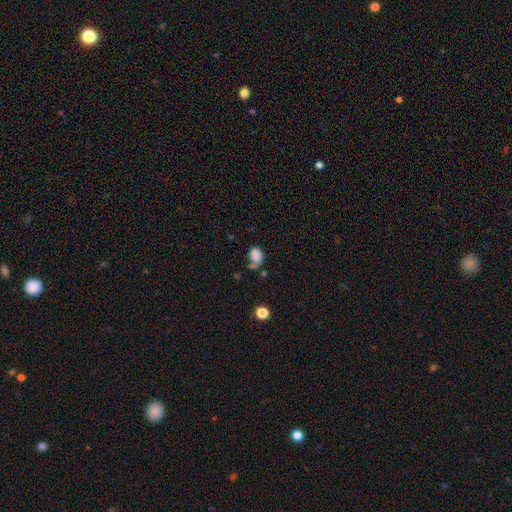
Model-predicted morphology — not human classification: Smooth or featured: smooth — 81% (star or artifact — 10%)
How rounded: in between — 65% (round — 34%)
Merging: none — 42% (minor disturbance — 24%)